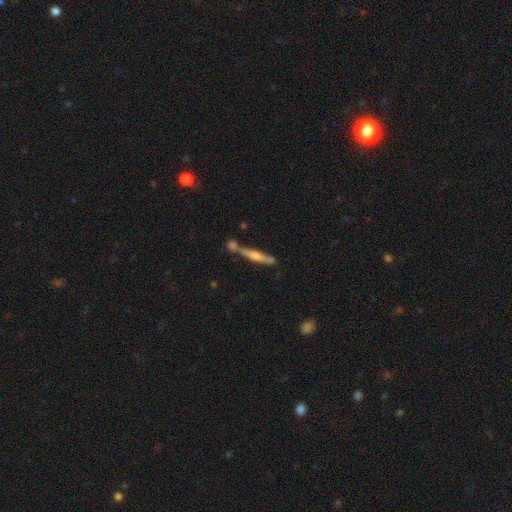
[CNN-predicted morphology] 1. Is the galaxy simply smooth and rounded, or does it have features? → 53% featured or disk, 40% smooth, 7% star or artifact.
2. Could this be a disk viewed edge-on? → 93% yes, 7% no.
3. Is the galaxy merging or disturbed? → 57% none, 24% merger, 14% minor disturbance, 5% major disturbance.